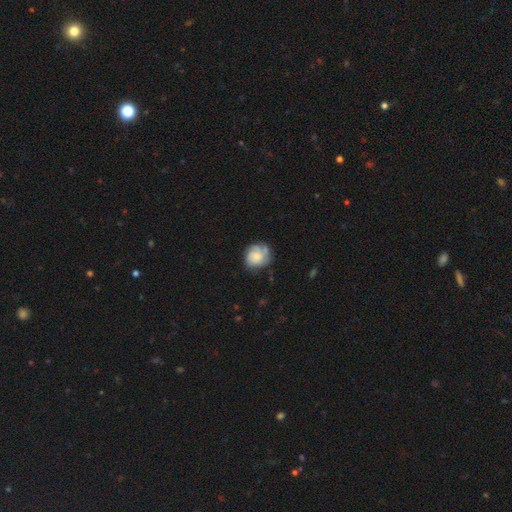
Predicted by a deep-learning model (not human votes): featured or disk 48%, smooth 44%, star or artifact 8%. Down the decision tree: merging — none (59%).